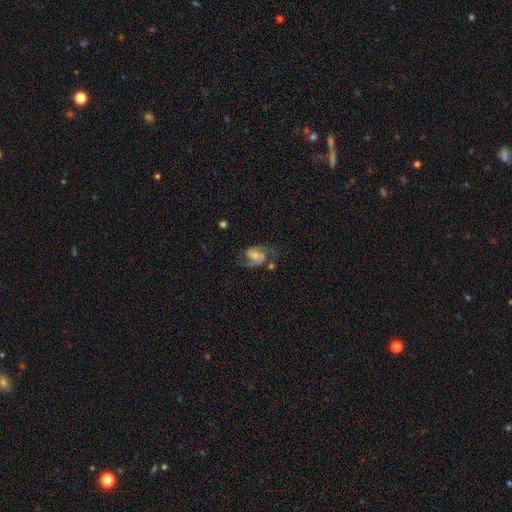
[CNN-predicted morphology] A featured or disk galaxy (83%) with no bar (49%), 2 (90%) medium (53%) spiral arms (96%) and a small central bulge (44%).

Vote fractions:
- Smooth or featured? featured or disk: 83% / smooth: 10% / star or artifact: 7%
- Edge-on disk? no: 98% / yes: 2%
- Bar? no: 49% / weak: 41% / strong: 10%
- Spiral arms? yes: 96% / no: 4%
- Spiral winding? medium: 53% / loose: 29% / tight: 18%
- Spiral arm count? 2: 90% / 1: 4% / can't tell: 3% / 3: 1% / 4: 1% / more than 4: 1%
- Bulge size? small: 44% / moderate: 35% / none: 13% / large: 6% / dominant: 2%
- Merging? none: 64% / minor disturbance: 18% / major disturbance: 12% / merger: 5%